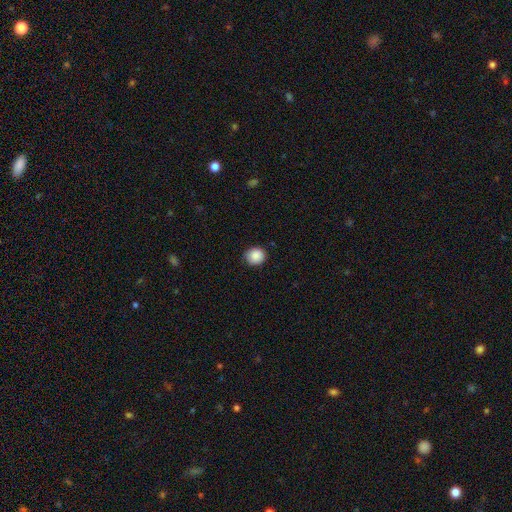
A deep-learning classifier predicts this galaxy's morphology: Smooth or featured: smooth — 88% (star or artifact — 8%)
How rounded: round — 84% (in between — 15%)
Merging: none — 85% (minor disturbance — 11%)